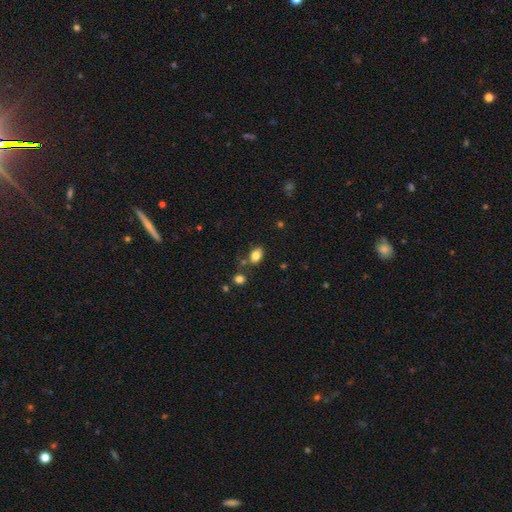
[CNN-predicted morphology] The model was most divided on "merging": none: 70%, minor disturbance: 15%, merger: 10%, major disturbance: 4%. More confident: how rounded — in between (82%); smooth or featured — smooth (81%).